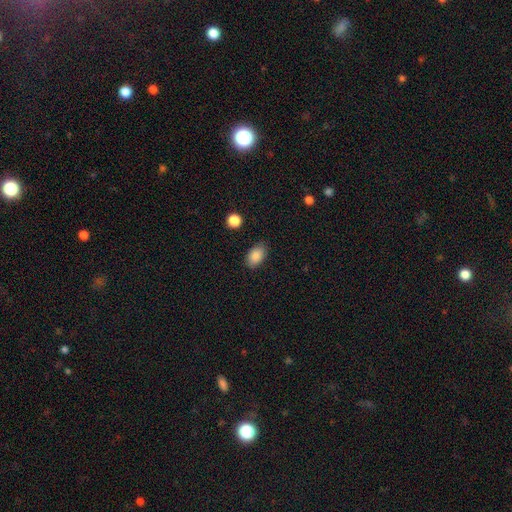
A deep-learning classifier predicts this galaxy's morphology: Smooth or featured? smooth (87%)
How rounded? in between (88%)
Merging? none (81%)